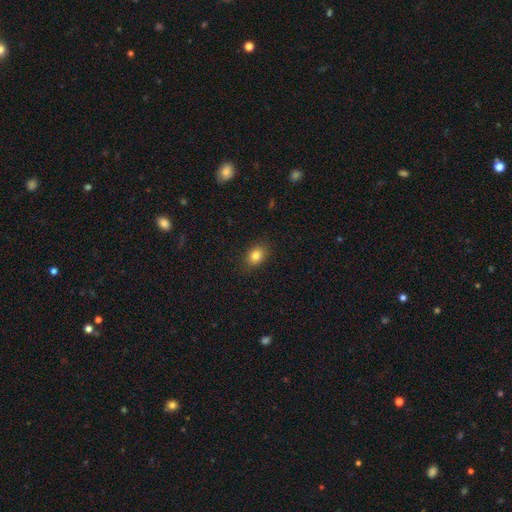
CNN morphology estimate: A smooth galaxy with no disk features (83%) that is in between round and cigar-shaped (62%).

Vote fractions:
- Smooth or featured? smooth: 83% / star or artifact: 11% / featured or disk: 6%
- How rounded? in between: 62% / round: 37% / cigar-shaped: 1%
- Merging? none: 86% / minor disturbance: 11% / major disturbance: 3% / merger: 1%